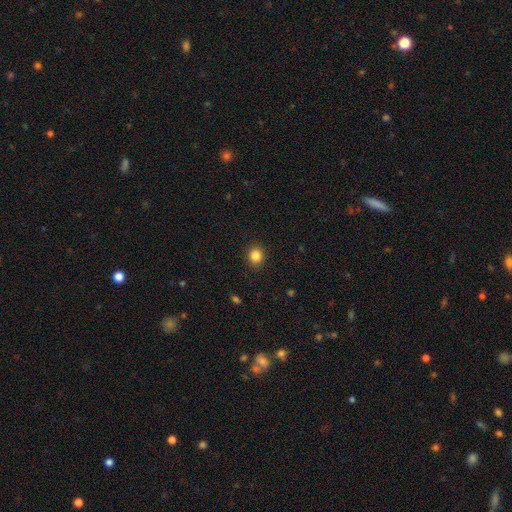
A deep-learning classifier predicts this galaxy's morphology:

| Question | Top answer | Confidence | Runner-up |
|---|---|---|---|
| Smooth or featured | smooth | 85% | star or artifact (11%) |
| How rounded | round | 77% | in between (22%) |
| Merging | none | 91% | minor disturbance (6%) |